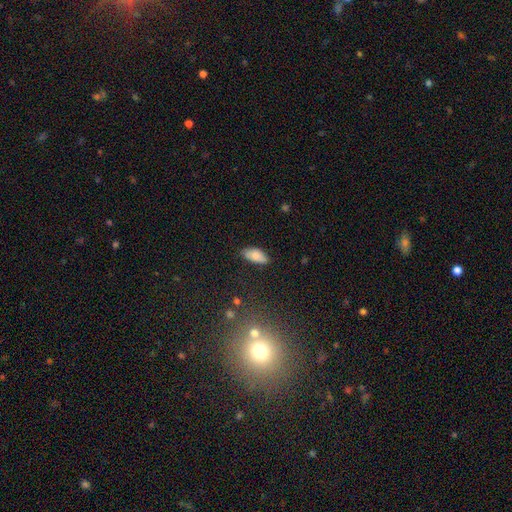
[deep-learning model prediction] This appears to be a smooth galaxy with no disk features (81%) that is in between round and cigar-shaped (88%). Merging: none (81%).